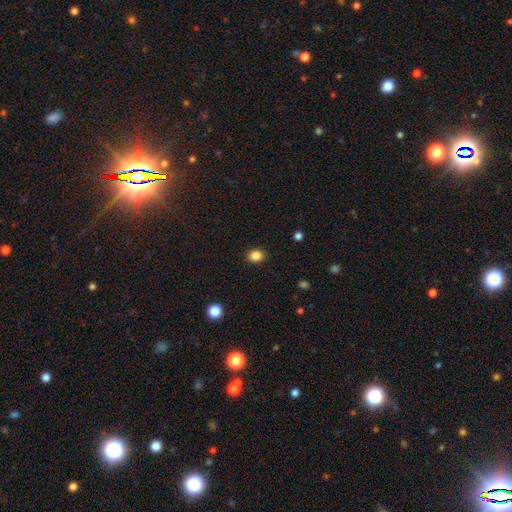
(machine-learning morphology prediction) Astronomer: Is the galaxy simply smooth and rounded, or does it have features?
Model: smooth — 84%.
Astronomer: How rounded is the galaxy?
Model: round — 66%.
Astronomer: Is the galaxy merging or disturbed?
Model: none — 91%.